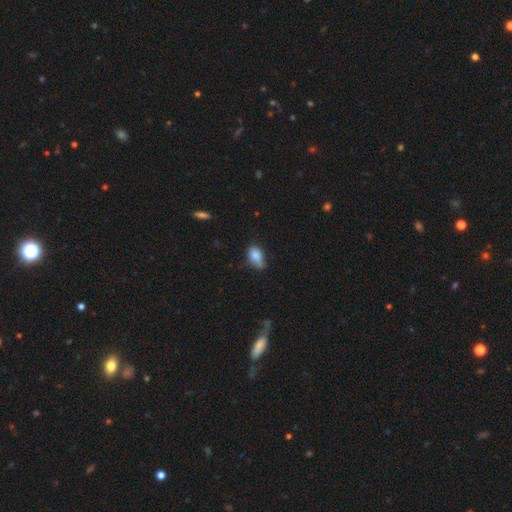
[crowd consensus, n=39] smooth-or-featured: smooth: 95% | featured or disk: 3% | star or artifact: 3%
  how-rounded: in between: 89% | round: 8% | cigar-shaped: 3%
  merging: none: 47% | minor disturbance: 45% | major disturbance: 5% | merger: 3%